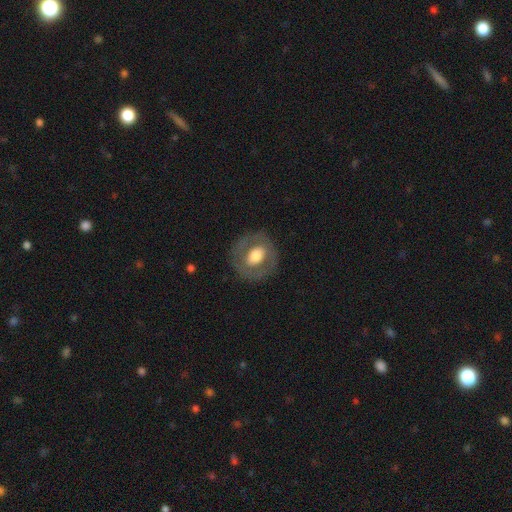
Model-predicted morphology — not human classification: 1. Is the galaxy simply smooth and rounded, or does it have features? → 47% smooth (tied), 47% featured or disk (tied), 7% star or artifact.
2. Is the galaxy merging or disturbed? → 80% none, 12% minor disturbance, 7% major disturbance, 1% merger.